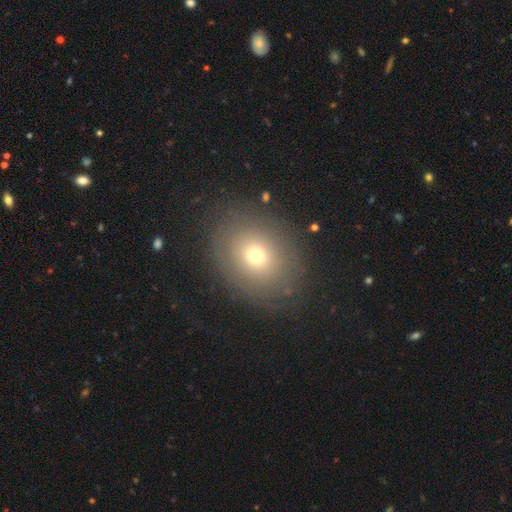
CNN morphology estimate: smooth_or_featured: smooth (p=0.65) [alt: featured or disk p=0.20]
how_rounded: round (p=0.57) [alt: in between p=0.42]
merging: none (p=0.82) [alt: minor disturbance p=0.11]